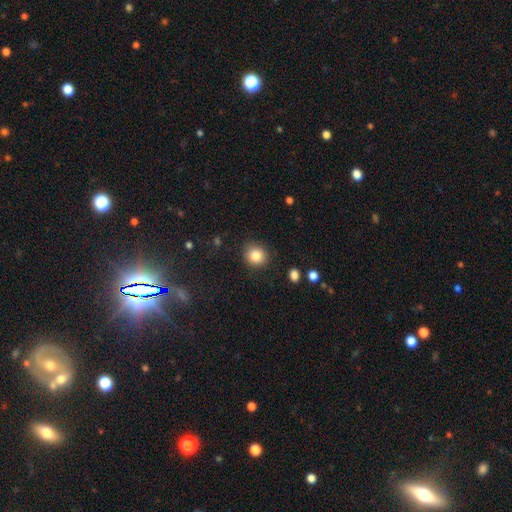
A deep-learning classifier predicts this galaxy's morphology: type=smooth (85%); roundness=round (83%); merging=none (86%).